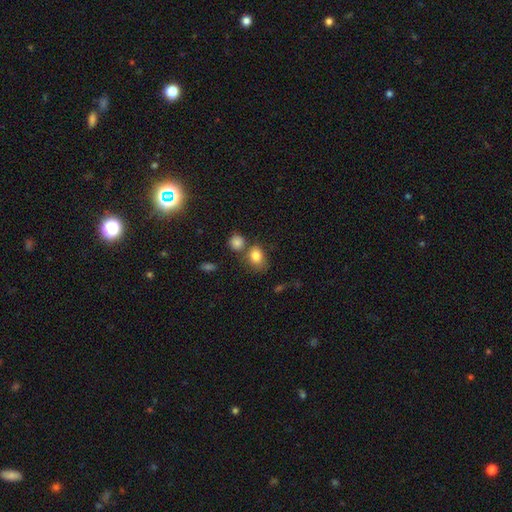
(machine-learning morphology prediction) Q: Smooth or featured?
A: smooth (82%); runner-up: star or artifact (10%)
Q: How rounded?
A: in between (56%); runner-up: round (43%)
Q: Merging?
A: none (54%); runner-up: merger (22%)